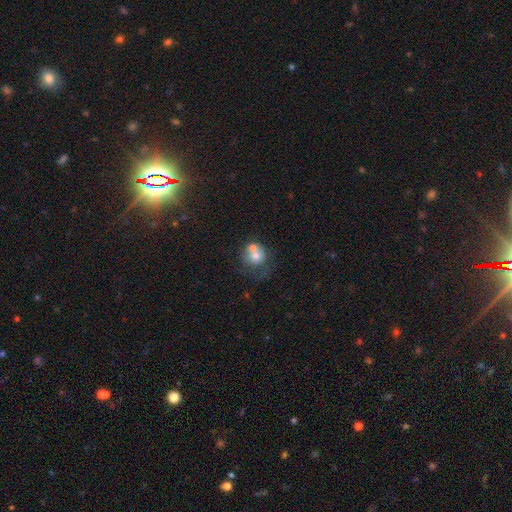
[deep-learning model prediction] A smooth galaxy with no disk features (62%) that is round (80%). Merging: merger (54%).